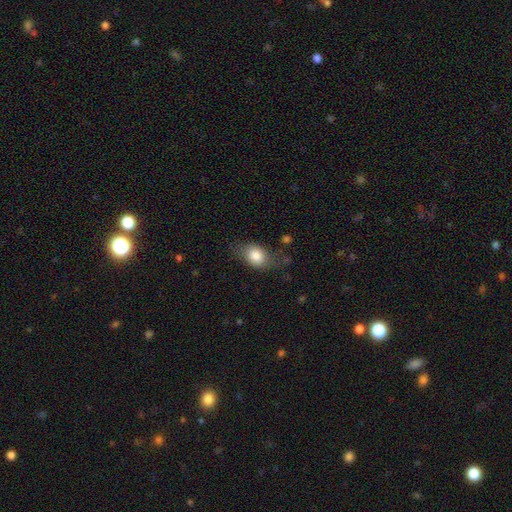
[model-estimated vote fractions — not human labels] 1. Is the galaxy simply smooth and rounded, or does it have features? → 81% smooth, 12% featured or disk, 7% star or artifact.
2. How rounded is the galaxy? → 72% in between, 25% round, 2% cigar-shaped.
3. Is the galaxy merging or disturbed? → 64% none, 23% minor disturbance, 10% major disturbance, 2% merger.